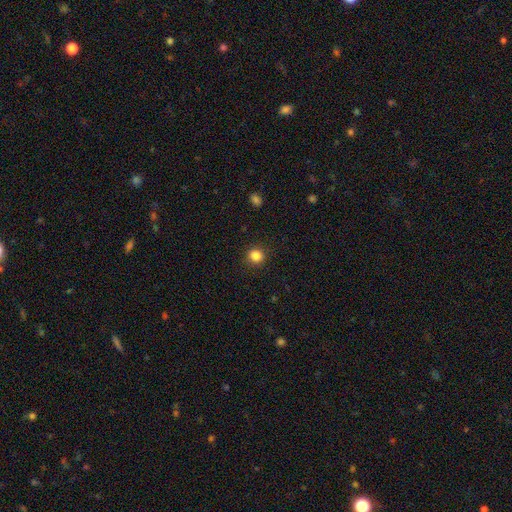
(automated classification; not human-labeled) smooth-or-featured: smooth: 84% | star or artifact: 12% | featured or disk: 4%
  how-rounded: round: 90% | in between: 9% | cigar-shaped: 1%
  merging: none: 91% | minor disturbance: 6% | major disturbance: 2% | merger: 1%